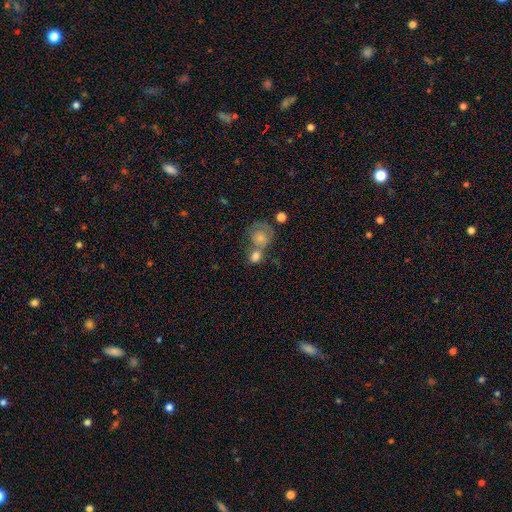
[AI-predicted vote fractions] Smooth or featured? smooth (75%)
How rounded? round (62%)
Merging? merger (52%)